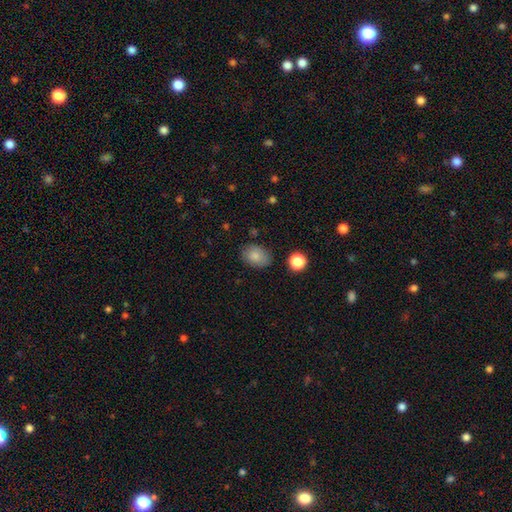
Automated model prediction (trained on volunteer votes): Smooth or featured: smooth — 83% (star or artifact — 9%)
How rounded: in between — 69% (round — 30%)
Merging: none — 80% (minor disturbance — 14%)